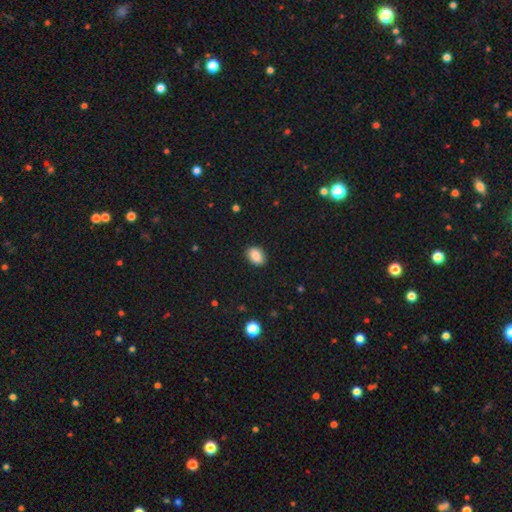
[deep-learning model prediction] Smooth or featured? Predicted: smooth (p=0.87). How rounded? Predicted: in between (p=0.75). Merging? Predicted: none (p=0.88).